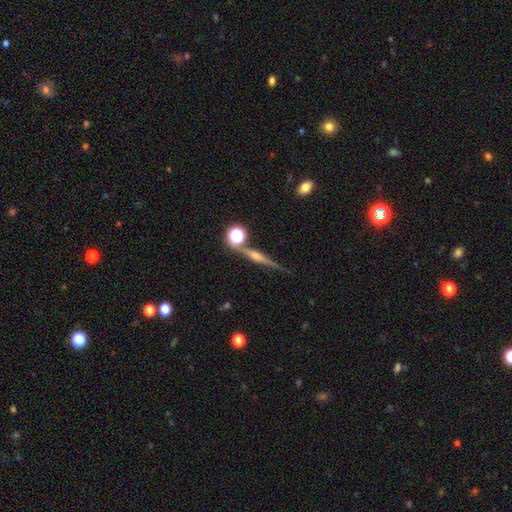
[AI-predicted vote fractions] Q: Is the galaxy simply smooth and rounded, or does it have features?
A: featured or disk — 73%.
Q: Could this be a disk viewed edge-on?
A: yes — 96%.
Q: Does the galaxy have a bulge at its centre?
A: rounded — 78%.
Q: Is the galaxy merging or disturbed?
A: none — 78%.